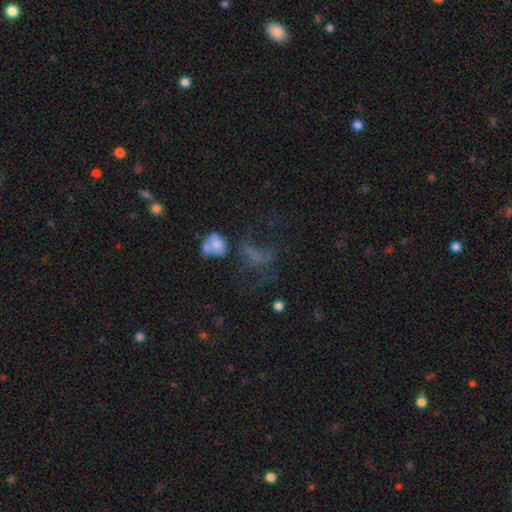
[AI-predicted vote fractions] The model was most divided on "smooth or featured": smooth: 38%, featured or disk: 34%, star or artifact: 28%. Remaining: merging — major disturbance (39%).